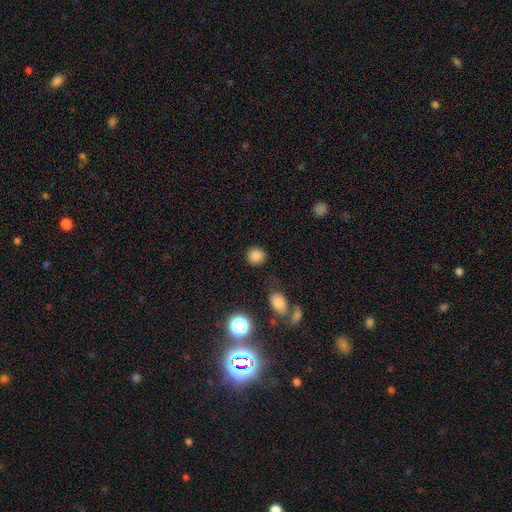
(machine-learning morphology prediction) A smooth galaxy with no disk features (83%) that is round (87%). Merging: none (86%).